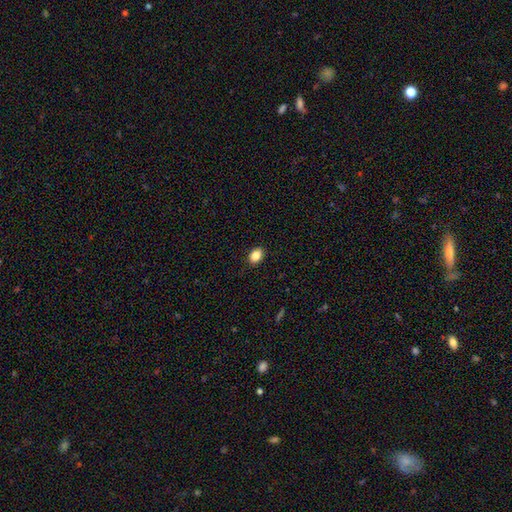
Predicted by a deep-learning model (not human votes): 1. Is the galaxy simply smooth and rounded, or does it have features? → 86% smooth, 9% star or artifact, 5% featured or disk.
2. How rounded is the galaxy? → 74% in between, 25% round, 1% cigar-shaped.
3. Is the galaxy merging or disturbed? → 89% none, 8% minor disturbance, 2% major disturbance, 1% merger.